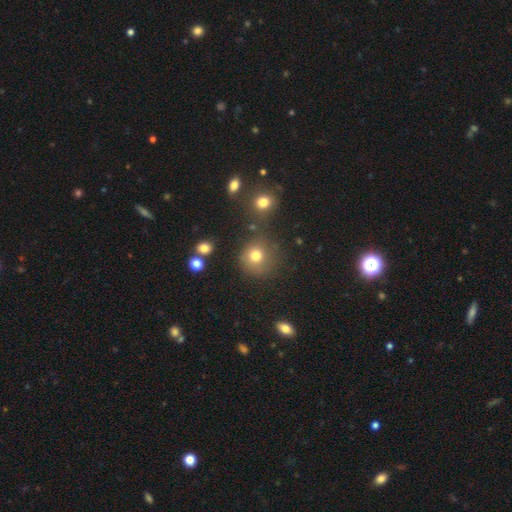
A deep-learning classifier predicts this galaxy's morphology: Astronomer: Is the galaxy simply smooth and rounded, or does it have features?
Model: smooth — 76%.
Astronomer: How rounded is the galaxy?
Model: round — 88%.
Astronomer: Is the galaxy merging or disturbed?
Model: none — 72%.